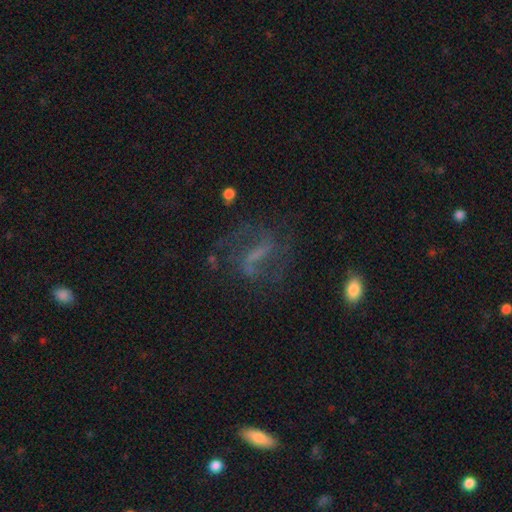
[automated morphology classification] This is likely a featured or disk galaxy (68%). It is clearly not viewed edge-on (92%). Bar: possibly strong (51%). Spiral arm pattern: clearly yes (83%). Spiral arm count: clearly 2 (81%). Spiral winding: marginally loose (43%). Central bulge: possibly none (50%). Merging: likely none (64%).